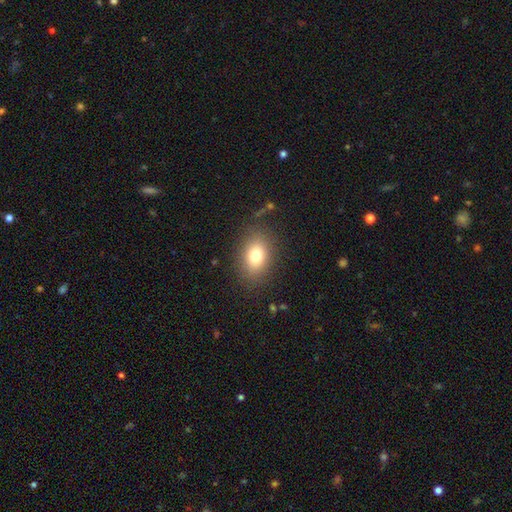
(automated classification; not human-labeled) Smooth or featured: smooth — 77% (star or artifact — 12%)
How rounded: in between — 70% (round — 28%)
Merging: none — 84% (minor disturbance — 10%)